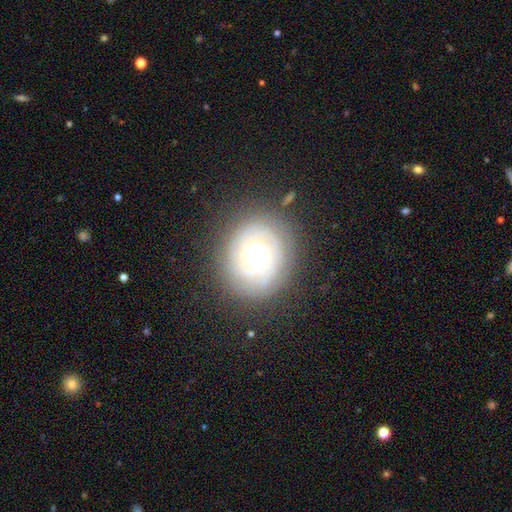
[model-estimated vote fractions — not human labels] Smooth or featured? featured or disk (76%)
Edge-on disk? no (97%)
Bar? no (77%)
Spiral arms? yes (89%)
Spiral winding? tight (78%)
Spiral arm count? can't tell (31%, tied with 2)
Bulge size? moderate (51%)
Merging? none (81%)